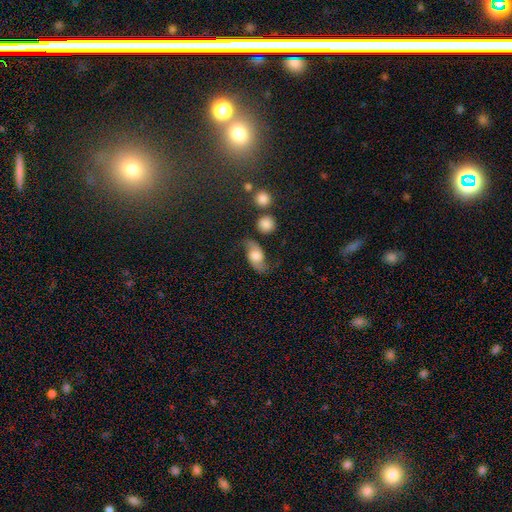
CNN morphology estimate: Smooth or featured: featured or disk — 54% (smooth — 37%)
Edge-on disk: no — 88% (yes — 12%)
Merging: none — 62% (minor disturbance — 22%)